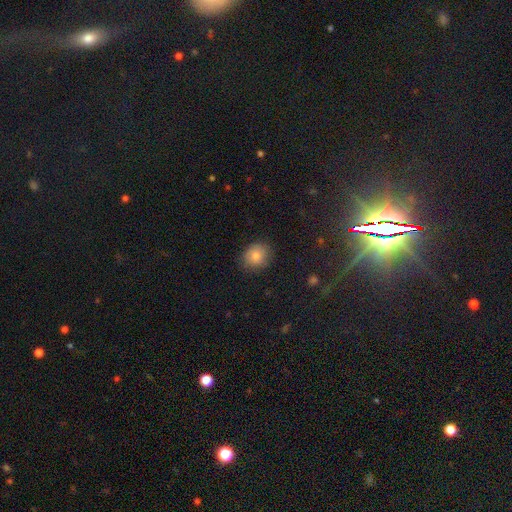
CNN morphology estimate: smooth_or_featured: smooth (p=0.81) [alt: star or artifact p=0.10]
how_rounded: round (p=0.65) [alt: in between p=0.34]
merging: none (p=0.82) [alt: minor disturbance p=0.14]